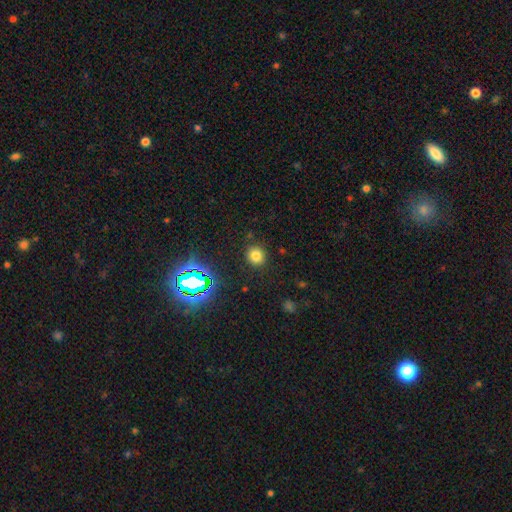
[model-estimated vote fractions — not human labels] A smooth galaxy with no disk features (74%) that is round (86%).

Vote fractions:
- Smooth or featured? smooth: 74% / star or artifact: 19% / featured or disk: 6%
- How rounded? round: 86% / in between: 13% / cigar-shaped: 1%
- Merging? none: 88% / minor disturbance: 7% / major disturbance: 3% / merger: 2%